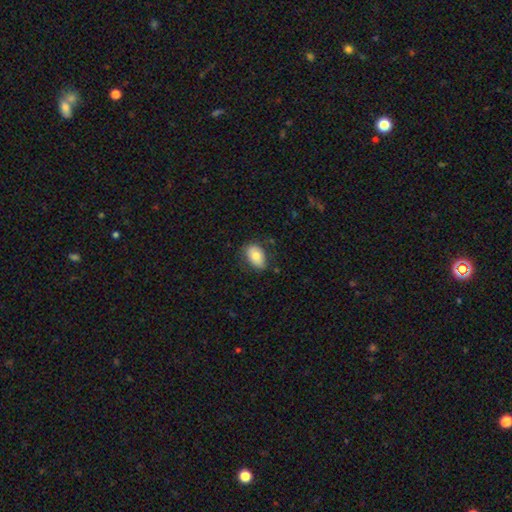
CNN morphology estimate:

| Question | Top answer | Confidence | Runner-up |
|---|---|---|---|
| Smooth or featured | smooth | 77% | featured or disk (16%) |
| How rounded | in between | 87% | round (11%) |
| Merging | none | 74% | minor disturbance (20%) |